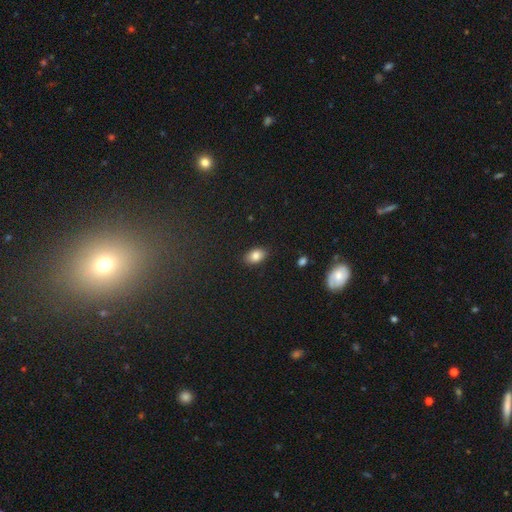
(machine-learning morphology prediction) A smooth galaxy with no disk features (83%) that is in between round and cigar-shaped (87%).

Vote fractions:
- Smooth or featured? smooth: 83% / star or artifact: 9% / featured or disk: 8%
- How rounded? in between: 87% / round: 12% / cigar-shaped: 2%
- Merging? none: 86% / minor disturbance: 10% / major disturbance: 2% / merger: 1%